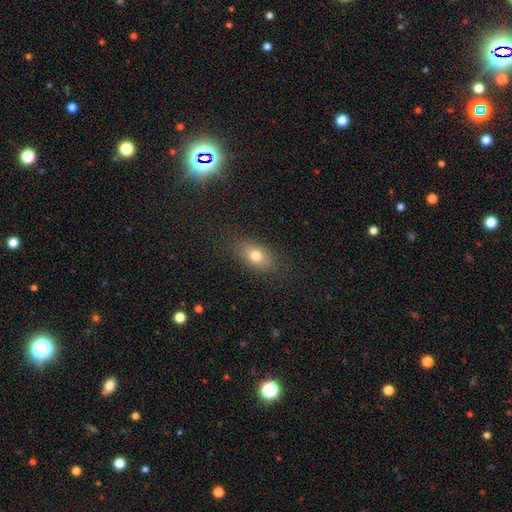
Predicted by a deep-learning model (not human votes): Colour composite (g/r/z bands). It shows a smooth galaxy with no disk features (76%) that is in between round and cigar-shaped (82%). Merging: none (84%).